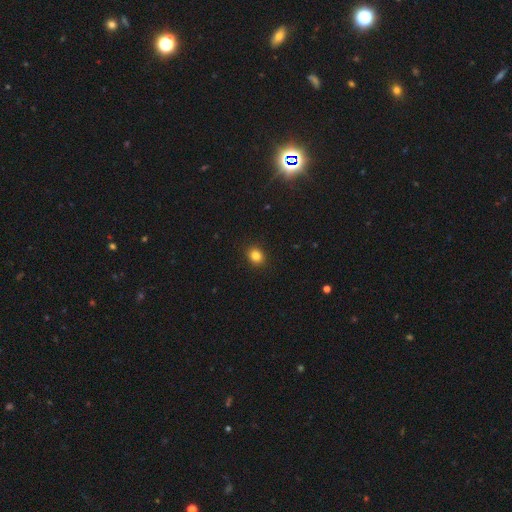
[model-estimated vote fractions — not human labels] This appears to be a smooth galaxy with no disk features (83%) that is round (68%). Merging: none (91%).